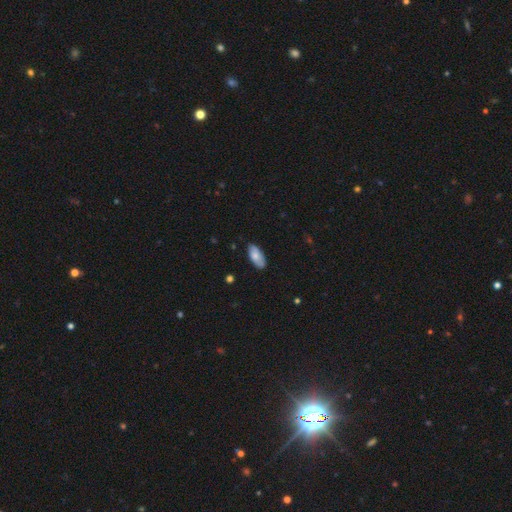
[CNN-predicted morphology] Smooth or featured? Predicted: smooth (p=0.75). How rounded? Predicted: in between (p=0.91). Merging? Predicted: none (p=0.82).